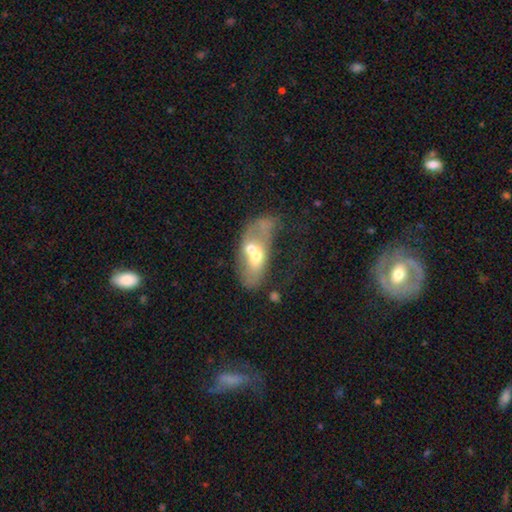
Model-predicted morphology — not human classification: Smooth or featured: featured or disk — 46% (smooth — 45%)
Merging: merger — 60% (none — 17%)